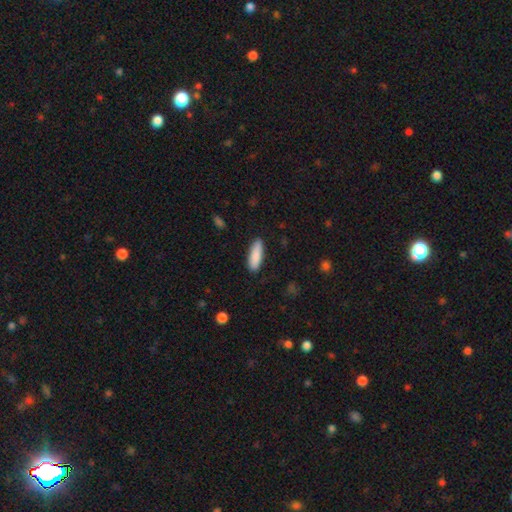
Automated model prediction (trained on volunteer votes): A smooth galaxy with no disk features (88%) that is in between round and cigar-shaped (50%).

Vote fractions:
- Smooth or featured? smooth: 88% / featured or disk: 6% / star or artifact: 6%
- How rounded? in between: 50% / cigar-shaped: 49% / round: 2%
- Merging? none: 88% / minor disturbance: 9% / major disturbance: 2% / merger: 1%